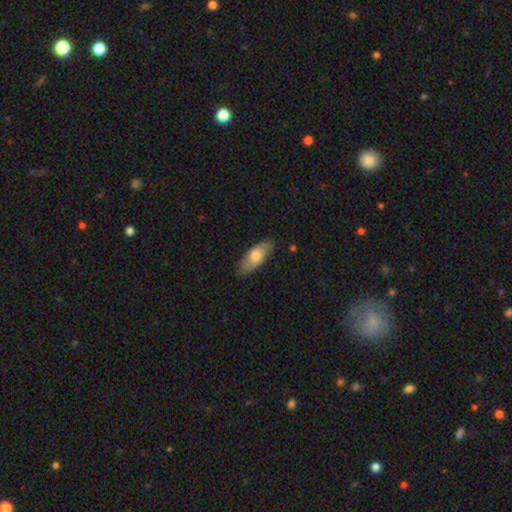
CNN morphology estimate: A smooth galaxy with no disk features (69%) that is in between round and cigar-shaped (79%). Merging: none (81%).